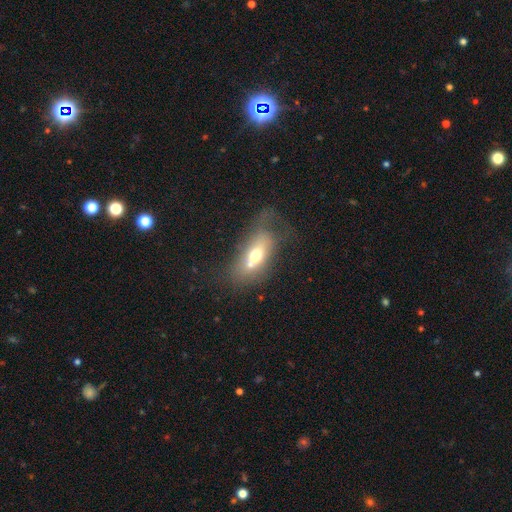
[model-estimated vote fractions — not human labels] A smooth galaxy with no disk features (57%) that is in between round and cigar-shaped (79%).

Vote fractions:
- Smooth or featured? smooth: 57% / featured or disk: 32% / star or artifact: 11%
- How rounded? in between: 79% / round: 11% / cigar-shaped: 9%
- Merging? none: 31% / merger: 29% / major disturbance: 21% / minor disturbance: 19%